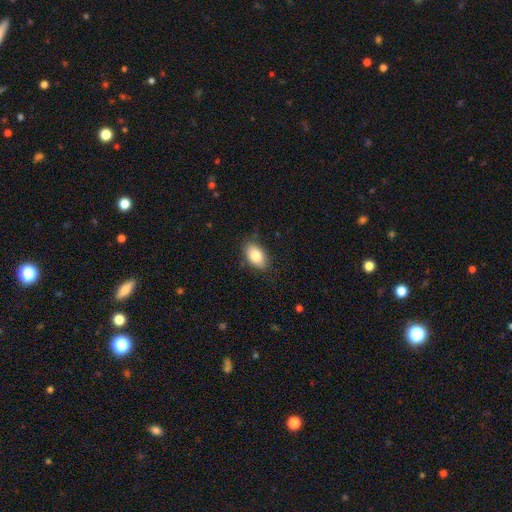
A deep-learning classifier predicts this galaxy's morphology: A smooth galaxy with no disk features (83%) that is in between round and cigar-shaped (92%).

Vote fractions:
- Smooth or featured? smooth: 83% / featured or disk: 10% / star or artifact: 7%
- How rounded? in between: 92% / round: 6% / cigar-shaped: 2%
- Merging? none: 83% / minor disturbance: 13% / major disturbance: 3% / merger: 1%